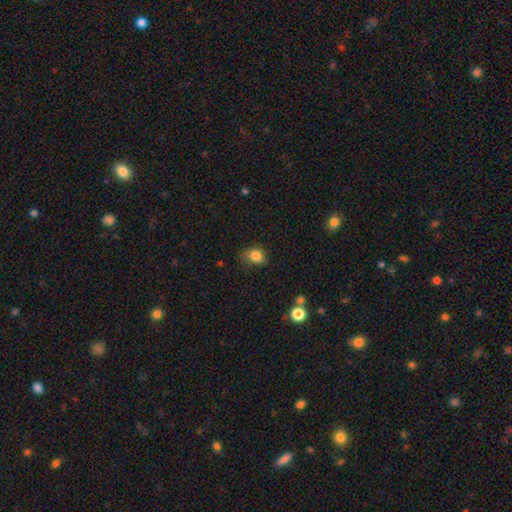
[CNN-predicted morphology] Smooth or featured?
  - smooth: 82% *
  - star or artifact: 11%
  - featured or disk: 7%
How rounded?
  - in between: 60% *
  - round: 39%
  - cigar-shaped: 1%
Merging?
  - none: 60% *
  - minor disturbance: 29%
  - major disturbance: 8%
  - merger: 2%